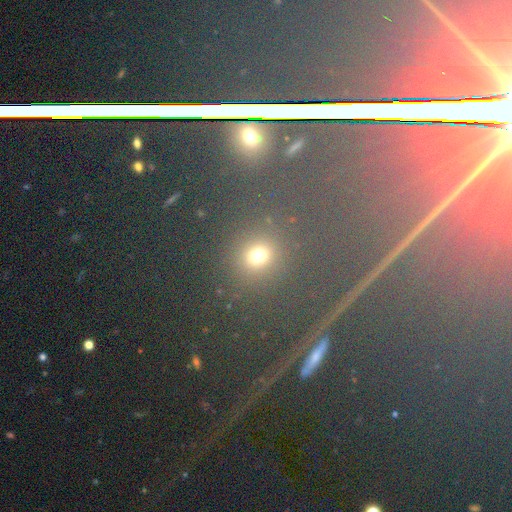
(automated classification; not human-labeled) A star or artifact, not a galaxy (67%).

Vote fractions:
- Smooth or featured? star or artifact: 67% / smooth: 26% / featured or disk: 7%